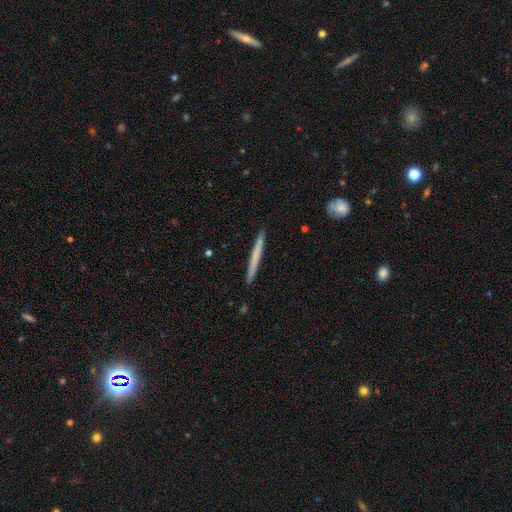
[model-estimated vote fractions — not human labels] A smooth galaxy with no disk features (57%) that is cigar-shaped (97%).

Vote fractions:
- Smooth or featured? smooth: 57% / featured or disk: 38% / star or artifact: 5%
- How rounded? cigar-shaped: 97% / in between: 1% / round: 1%
- Merging? none: 93% / minor disturbance: 5% / major disturbance: 1% / merger: 1%